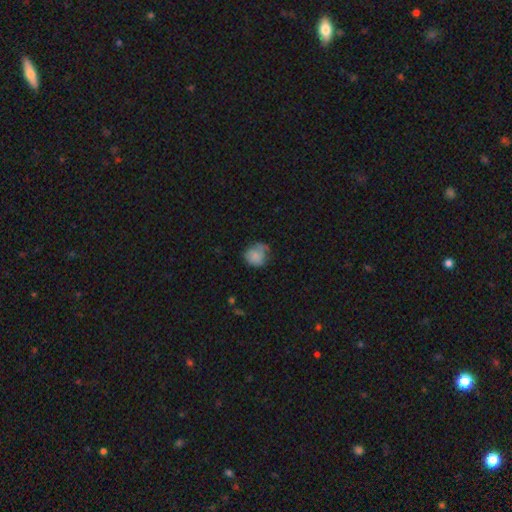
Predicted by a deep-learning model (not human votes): smooth_or_featured: smooth (p=0.74) [alt: featured or disk p=0.17]
how_rounded: round (p=0.76) [alt: in between p=0.23]
merging: none (p=0.47) [alt: minor disturbance p=0.35]